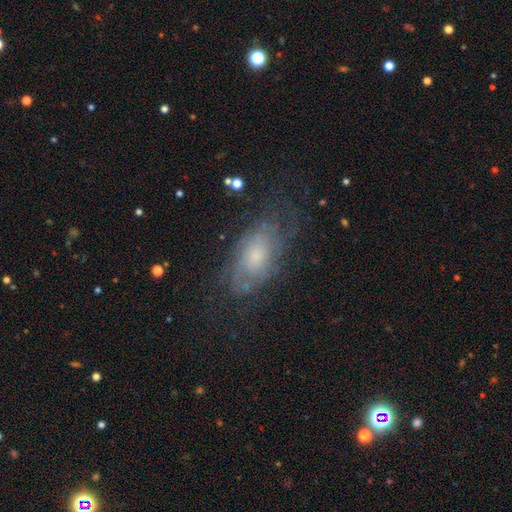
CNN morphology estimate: smooth-or-featured: featured or disk: 57% | smooth: 32% | star or artifact: 11%
  disk-edge-on: no: 91% | yes: 9%
    bar: no: 77% | weak: 20% | strong: 3%
    has-spiral-arms: yes: 75% | no: 25%
    bulge-size: small: 47% | moderate: 39% | large: 6% | none: 6% | dominant: 2%
  merging: none: 63% | minor disturbance: 22% | major disturbance: 14% | merger: 2%